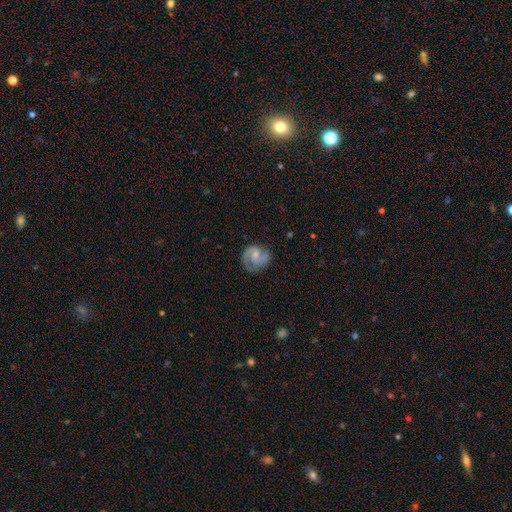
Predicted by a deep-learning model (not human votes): Q: Smooth or featured?
A: featured or disk (78%); runner-up: smooth (16%)
Q: Edge-on disk?
A: no (98%); runner-up: yes (2%)
Q: Bar?
A: no (50%); runner-up: weak (41%)
Q: Spiral arms?
A: yes (95%); runner-up: no (5%)
Q: Spiral winding?
A: medium (51%); runner-up: tight (31%)
Q: Spiral arm count?
A: 2 (82%); runner-up: can't tell (6%)
Q: Bulge size?
A: small (51%); runner-up: moderate (30%)
Q: Merging?
A: none (69%); runner-up: minor disturbance (19%)